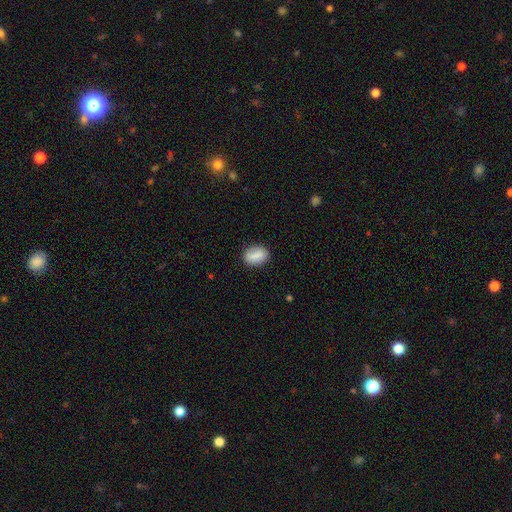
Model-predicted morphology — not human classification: This appears to be a smooth galaxy with no disk features (84%) that is in between round and cigar-shaped (74%). Merging: none (82%).